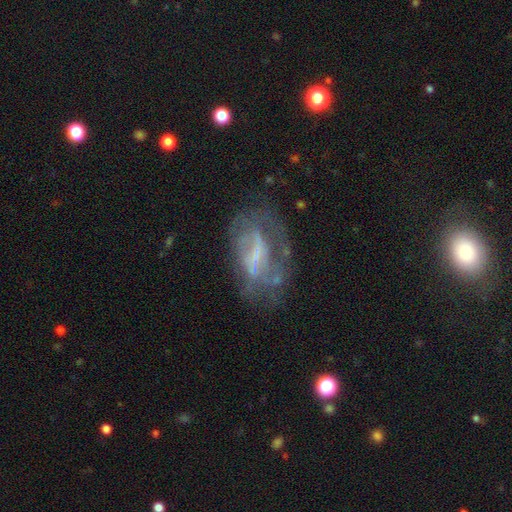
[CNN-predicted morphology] This is likely a featured or disk galaxy (69%). It is clearly not viewed edge-on (94%). Bar: marginally weak (38%). Spiral arm pattern: possibly no (53%). Central bulge: marginally none (40%). Merging: possibly none (46%).